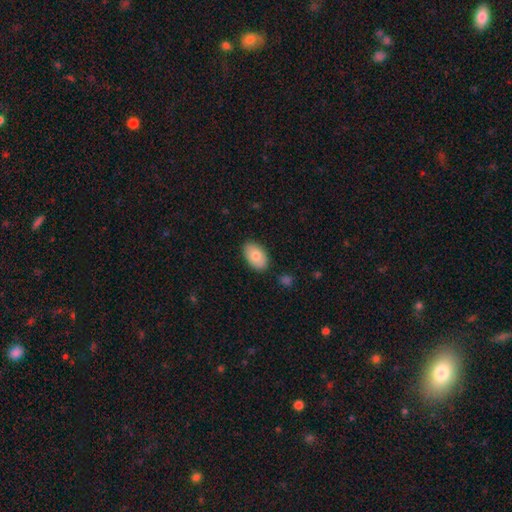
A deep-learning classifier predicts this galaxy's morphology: A smooth galaxy with no disk features (79%) that is in between round and cigar-shaped (92%). Merging: none (85%).